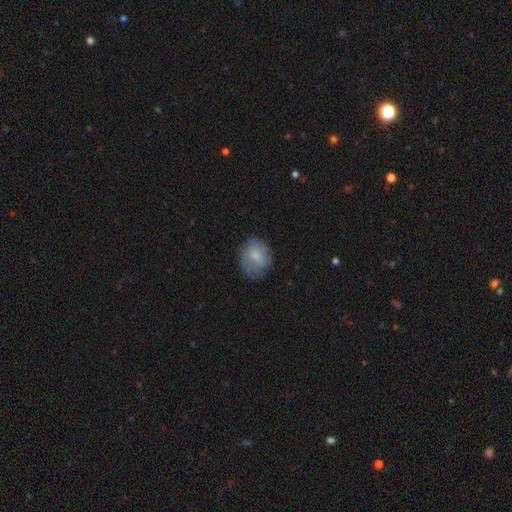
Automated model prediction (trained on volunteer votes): smooth 71%, featured or disk 22%, star or artifact 8%. Down the decision tree: how rounded — in between (55%); merging — none (61%).